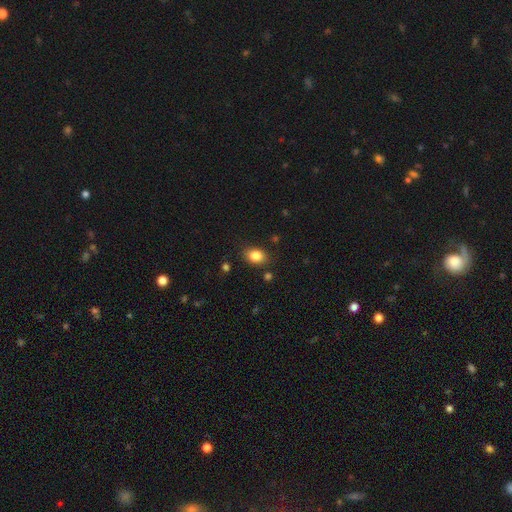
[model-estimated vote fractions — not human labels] Smooth or featured? Predicted: smooth (p=0.84). How rounded? Predicted: in between (p=0.75). Merging? Predicted: none (p=0.83).